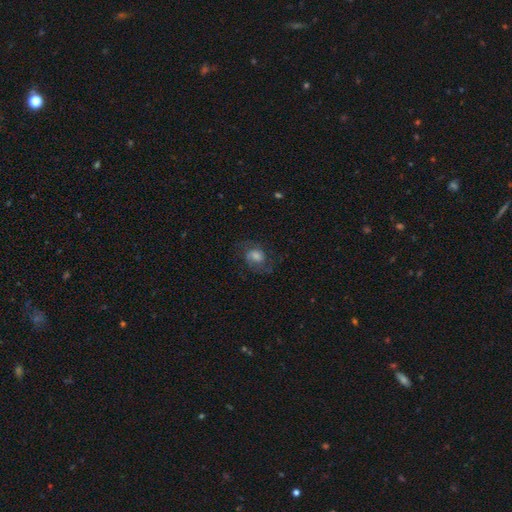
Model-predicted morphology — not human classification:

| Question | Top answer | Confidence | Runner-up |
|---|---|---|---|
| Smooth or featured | featured or disk | 58% | smooth (29%) |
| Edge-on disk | no | 97% | yes (3%) |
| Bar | no | 52% | weak (40%) |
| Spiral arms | yes | 88% | no (12%) |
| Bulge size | moderate | 36% | large (31%) |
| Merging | none | 70% | minor disturbance (17%) |